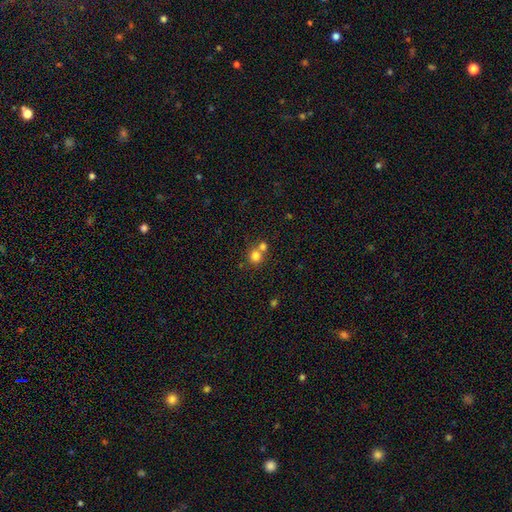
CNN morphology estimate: A smooth galaxy with no disk features (78%) that is round (87%).

Vote fractions:
- Smooth or featured? smooth: 78% / star or artifact: 13% / featured or disk: 9%
- How rounded? round: 87% / in between: 12% / cigar-shaped: 1%
- Merging? none: 47% / merger: 45% / minor disturbance: 6% / major disturbance: 2%